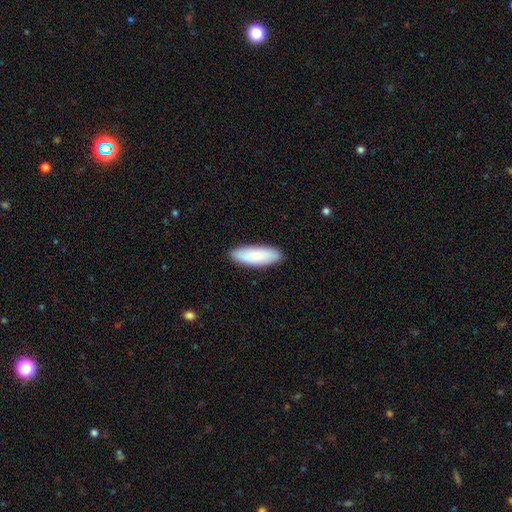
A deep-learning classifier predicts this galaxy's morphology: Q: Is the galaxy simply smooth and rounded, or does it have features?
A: smooth — 85%.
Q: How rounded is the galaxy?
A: in between — 67%.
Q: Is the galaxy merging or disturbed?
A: none — 89%.